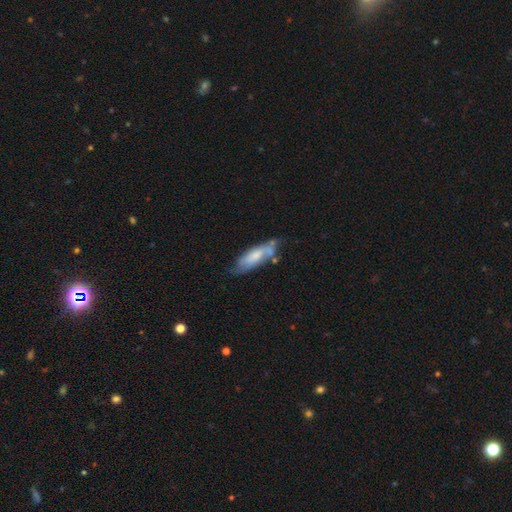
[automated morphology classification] Smooth or featured? smooth (48%)
Merging? none (52%)